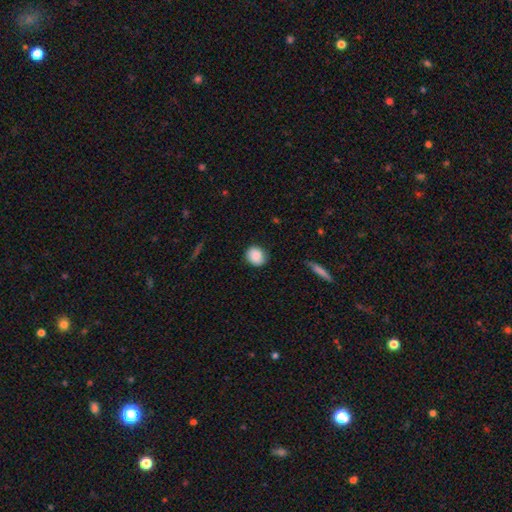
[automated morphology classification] smooth_or_featured: smooth (p=0.85) [alt: star or artifact p=0.08]
how_rounded: round (p=0.72) [alt: in between p=0.27]
merging: none (p=0.81) [alt: minor disturbance p=0.15]